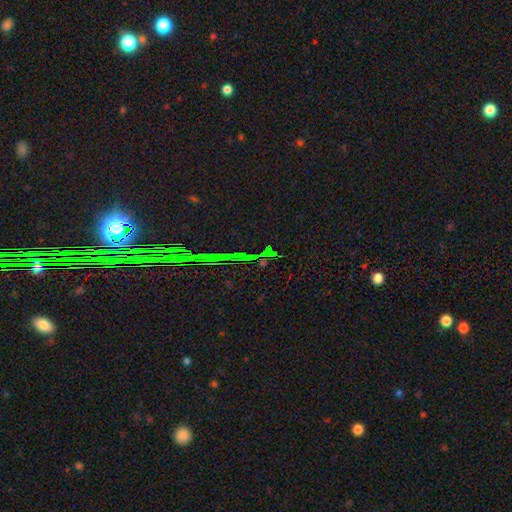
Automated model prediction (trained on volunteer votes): Smooth or featured?
  - star or artifact: 83% *
  - smooth: 9%
  - featured or disk: 9%